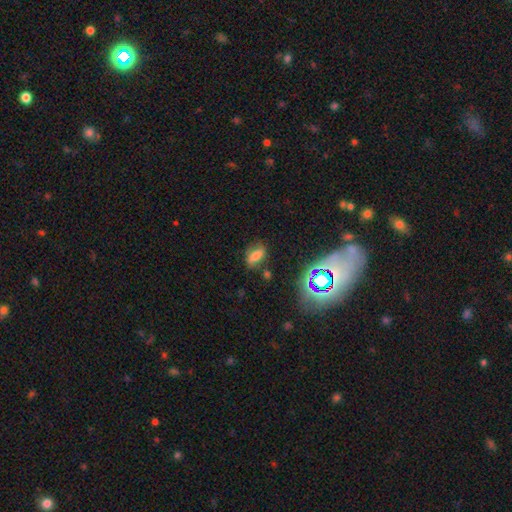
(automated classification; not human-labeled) This appears to be a smooth galaxy with no disk features (66%) that is in between round and cigar-shaped (80%). Merging: none (68%).